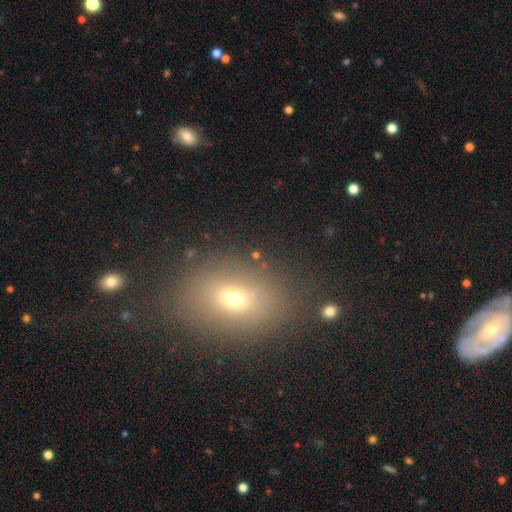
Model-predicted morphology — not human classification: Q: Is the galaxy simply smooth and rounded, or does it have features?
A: smooth — 60%.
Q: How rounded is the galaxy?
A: in between — 59%.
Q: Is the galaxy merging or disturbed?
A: none — 75%.